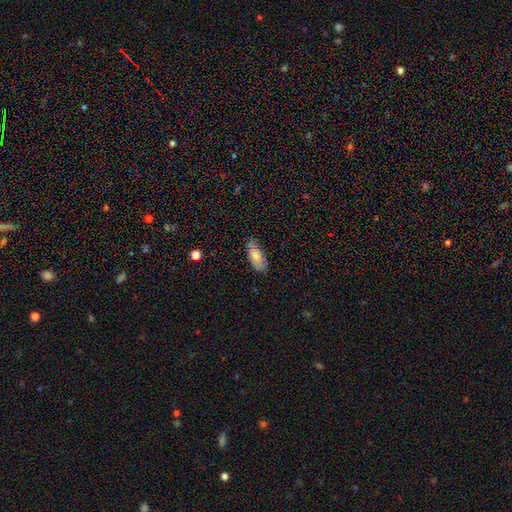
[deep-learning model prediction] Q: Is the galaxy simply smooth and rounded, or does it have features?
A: smooth — 78%.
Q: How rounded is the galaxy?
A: in between — 85%.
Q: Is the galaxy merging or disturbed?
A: none — 77%.